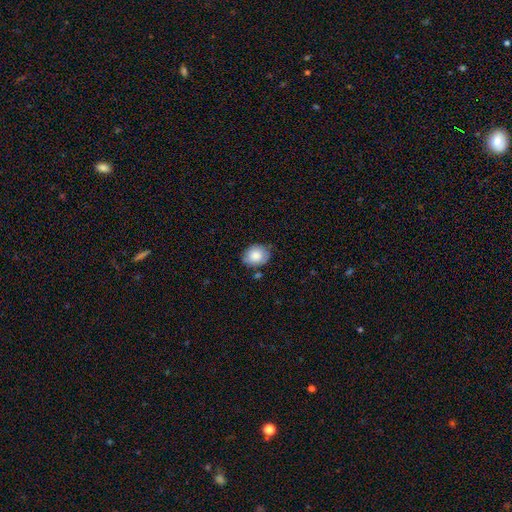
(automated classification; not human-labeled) Smooth or featured?
  - smooth: 81% *
  - featured or disk: 11%
  - star or artifact: 7%
How rounded?
  - round: 55% *
  - in between: 44%
  - cigar-shaped: 1%
Merging?
  - none: 71% *
  - minor disturbance: 21%
  - major disturbance: 4%
  - merger: 4%